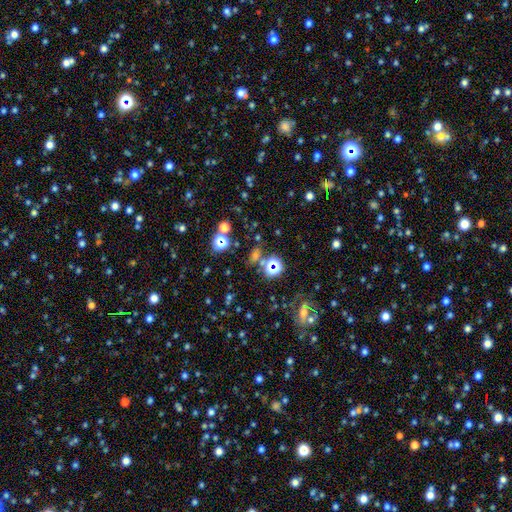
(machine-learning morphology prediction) Q: Smooth or featured?
A: star or artifact (61%); runner-up: smooth (27%)